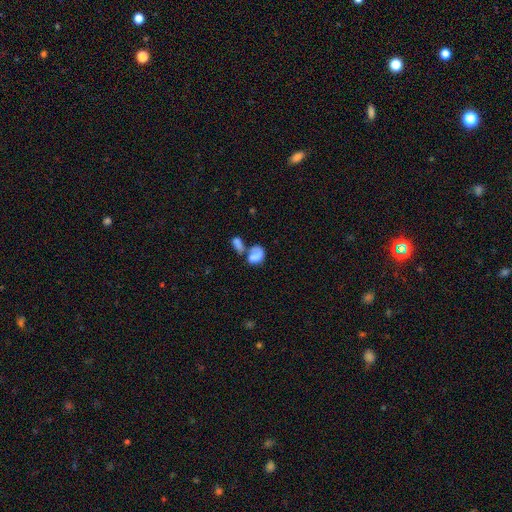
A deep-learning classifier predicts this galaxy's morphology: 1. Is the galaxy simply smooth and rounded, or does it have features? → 71% smooth, 20% featured or disk, 9% star or artifact.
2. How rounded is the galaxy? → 83% in between, 15% round, 2% cigar-shaped.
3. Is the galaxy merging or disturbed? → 60% merger, 16% none, 13% major disturbance, 11% minor disturbance.